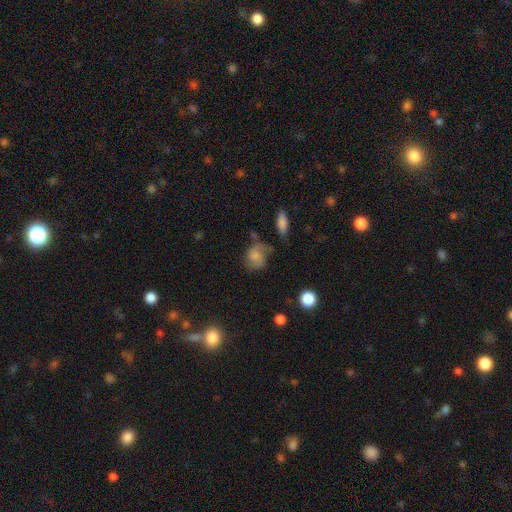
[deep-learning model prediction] smooth-or-featured: smooth: 54% | featured or disk: 35% | star or artifact: 10%
  how-rounded: round: 58% | in between: 40% | cigar-shaped: 2%
  merging: none: 46% | minor disturbance: 28% | major disturbance: 18% | merger: 8%